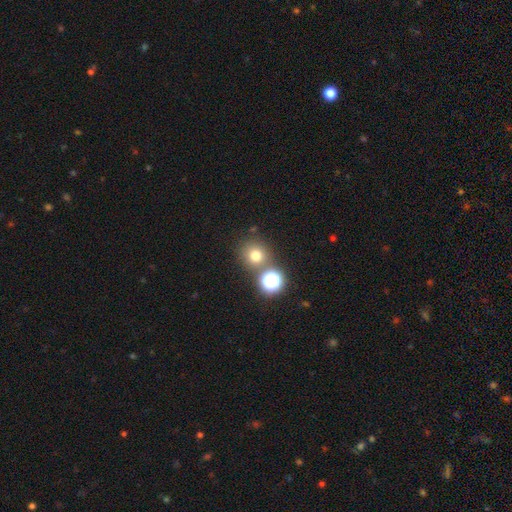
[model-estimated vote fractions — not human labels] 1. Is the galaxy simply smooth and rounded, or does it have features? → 72% smooth, 19% star or artifact, 8% featured or disk.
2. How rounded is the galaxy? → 90% round, 9% in between, 1% cigar-shaped.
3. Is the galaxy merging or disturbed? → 74% none, 15% merger, 8% minor disturbance, 3% major disturbance.